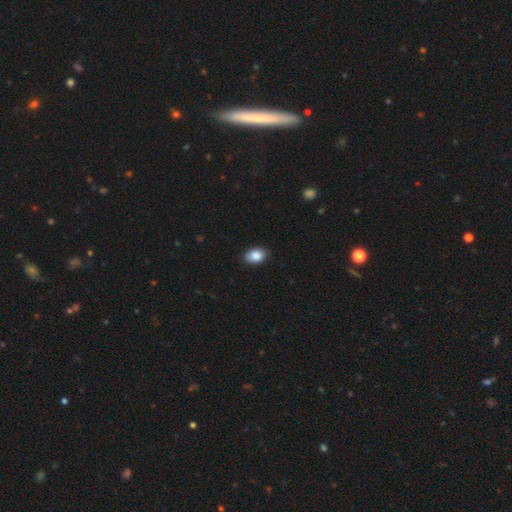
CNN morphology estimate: Smooth or featured?
  - smooth: 88% *
  - star or artifact: 7%
  - featured or disk: 4%
How rounded?
  - in between: 81% *
  - round: 18%
  - cigar-shaped: 1%
Merging?
  - none: 86% *
  - minor disturbance: 11%
  - major disturbance: 2%
  - merger: 1%